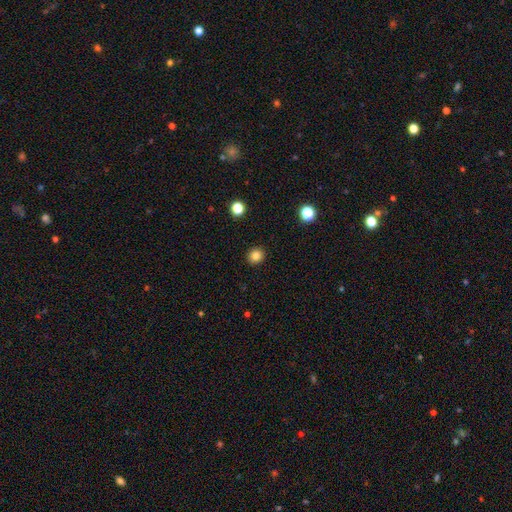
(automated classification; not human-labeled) The model was most divided on "how rounded": round: 84%, in between: 15%, cigar-shaped: 1%. More confident: merging — none (92%); smooth or featured — smooth (82%).